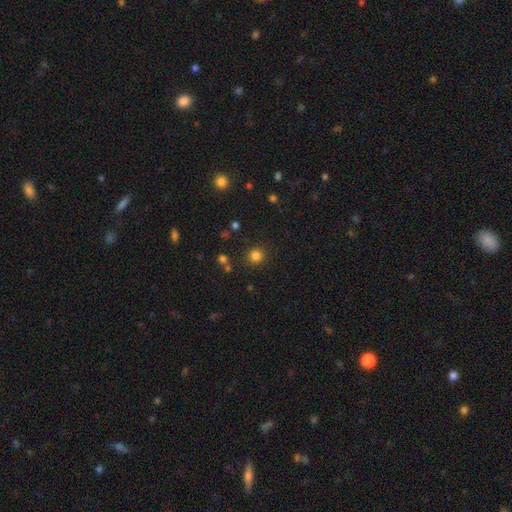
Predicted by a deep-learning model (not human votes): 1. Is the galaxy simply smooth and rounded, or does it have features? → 81% smooth, 14% star or artifact, 4% featured or disk.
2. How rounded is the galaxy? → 89% round, 10% in between, 1% cigar-shaped.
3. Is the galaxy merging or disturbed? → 85% none, 8% minor disturbance, 4% merger, 3% major disturbance.